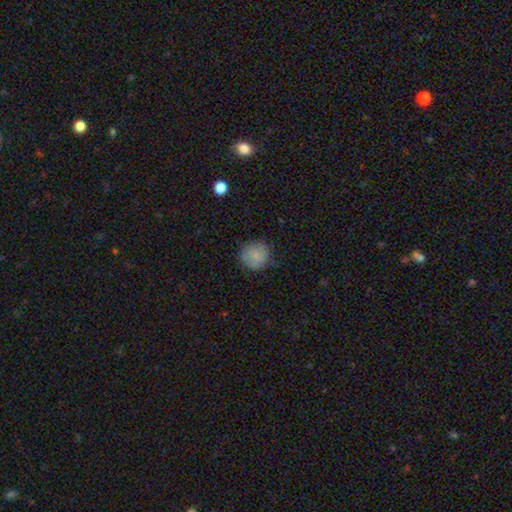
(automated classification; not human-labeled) Q: Smooth or featured?
A: smooth (82%); runner-up: featured or disk (10%)
Q: How rounded?
A: round (91%); runner-up: in between (8%)
Q: Merging?
A: none (75%); runner-up: minor disturbance (19%)